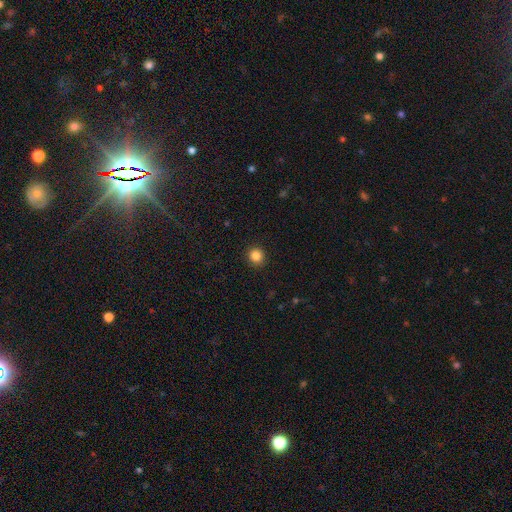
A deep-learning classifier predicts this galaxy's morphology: smooth_or_featured: smooth (p=0.86) [alt: star or artifact p=0.11]
how_rounded: round (p=0.91) [alt: in between p=0.08]
merging: none (p=0.91) [alt: minor disturbance p=0.06]